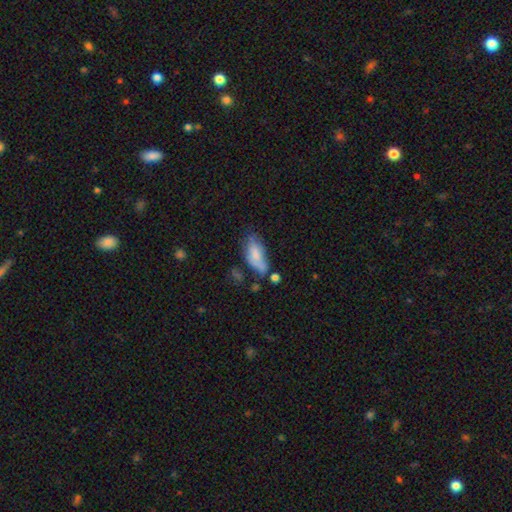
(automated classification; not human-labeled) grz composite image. It shows a smooth galaxy with no disk features (74%) that is in between round and cigar-shaped (86%). Merging: none (38%).